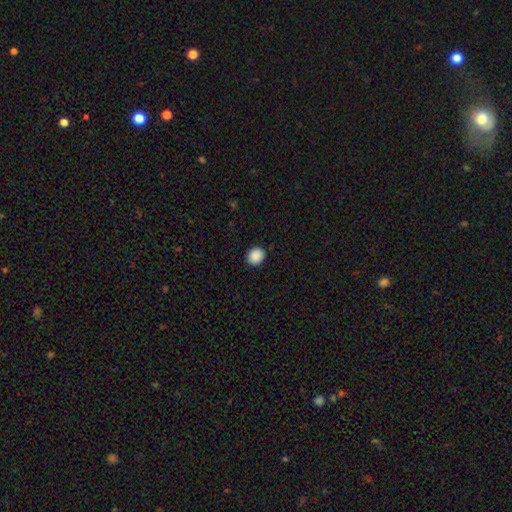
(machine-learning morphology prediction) Smooth or featured: smooth — 89% (star or artifact — 9%)
How rounded: round — 77% (in between — 22%)
Merging: none — 91% (minor disturbance — 6%)